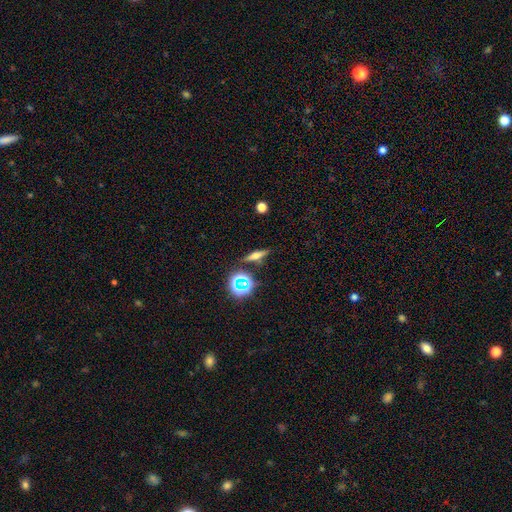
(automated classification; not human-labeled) This appears to be a featured or disk galaxy (47%). Merging: none (85%).